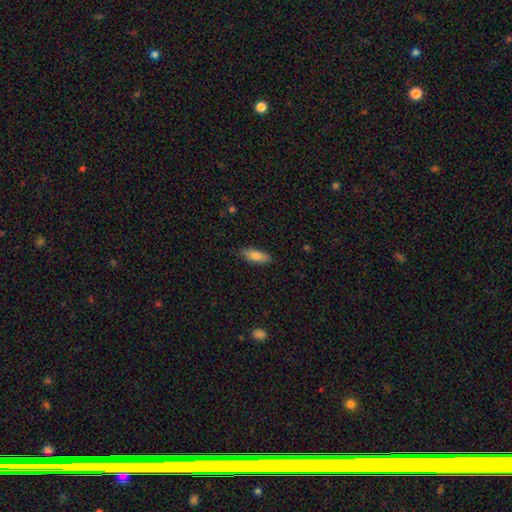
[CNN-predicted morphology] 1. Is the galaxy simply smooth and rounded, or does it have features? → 81% smooth, 13% featured or disk, 6% star or artifact.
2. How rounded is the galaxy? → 68% in between, 30% cigar-shaped, 2% round.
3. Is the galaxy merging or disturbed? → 84% none, 12% minor disturbance, 2% major disturbance, 1% merger.